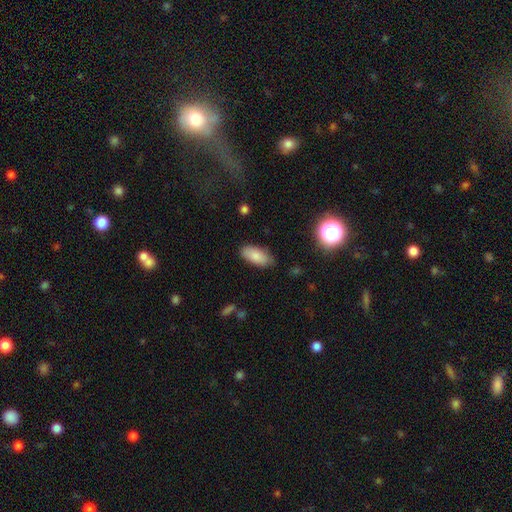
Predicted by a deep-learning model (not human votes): A smooth galaxy with no disk features (84%) that is in between round and cigar-shaped (89%). Merging: none (80%).